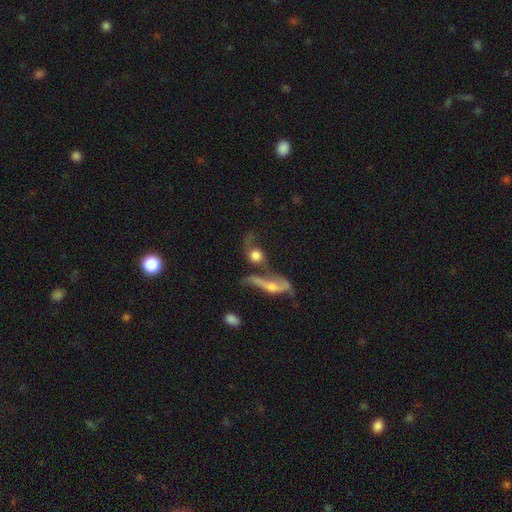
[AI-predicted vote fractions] A smooth galaxy with no disk features (45%, tied with featured or disk).

Vote fractions:
- Smooth or featured? smooth: 45% (tied) / featured or disk: 45% (tied) / star or artifact: 10%
- Merging? merger: 54% / none: 19% / major disturbance: 17% / minor disturbance: 10%